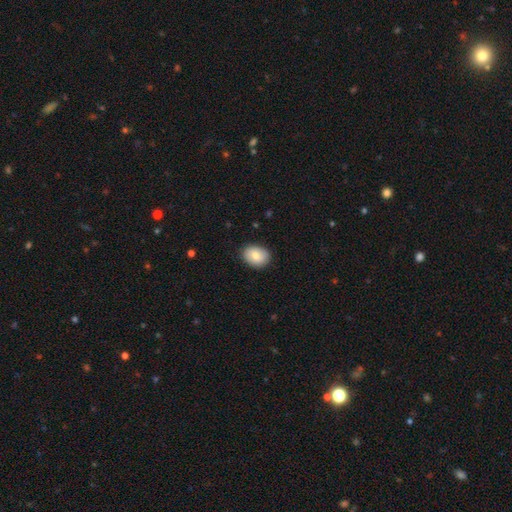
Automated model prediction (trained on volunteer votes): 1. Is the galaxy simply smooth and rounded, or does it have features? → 81% smooth, 12% featured or disk, 7% star or artifact.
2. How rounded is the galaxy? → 63% in between, 36% round, 1% cigar-shaped.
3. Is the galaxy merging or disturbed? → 87% none, 10% minor disturbance, 2% major disturbance, 1% merger.